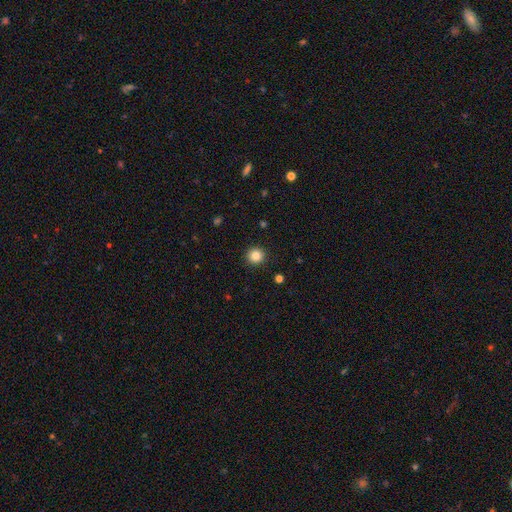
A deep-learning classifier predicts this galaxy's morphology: Smooth or featured: smooth — 84% (star or artifact — 11%)
How rounded: round — 94% (in between — 5%)
Merging: none — 92% (minor disturbance — 5%)